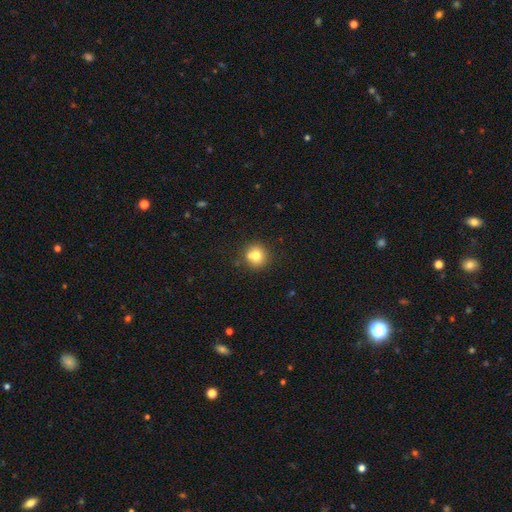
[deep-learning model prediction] Smooth or featured? Predicted: smooth (p=0.75). How rounded? Predicted: round (p=0.90). Merging? Predicted: none (p=0.70).